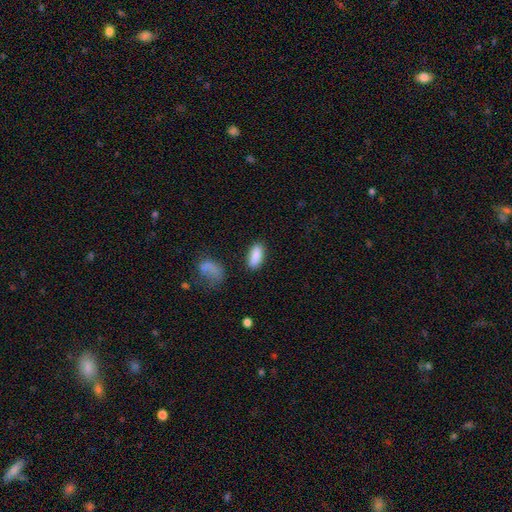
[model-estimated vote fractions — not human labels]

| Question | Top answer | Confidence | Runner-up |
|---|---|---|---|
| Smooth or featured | smooth | 88% | star or artifact (7%) |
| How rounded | in between | 86% | cigar-shaped (12%) |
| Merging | none | 81% | minor disturbance (11%) |